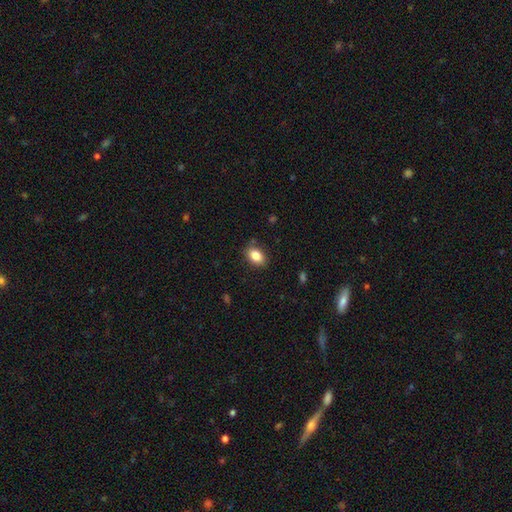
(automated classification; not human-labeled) Smooth or featured? Predicted: smooth (p=0.85). How rounded? Predicted: in between (p=0.78). Merging? Predicted: none (p=0.85).